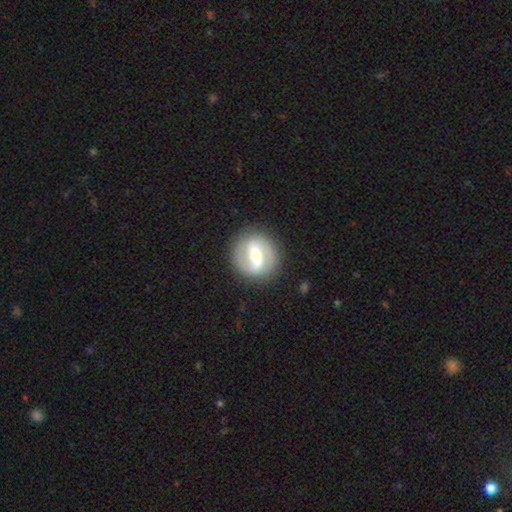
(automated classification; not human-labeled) This is likely a featured or disk galaxy (76%). It is clearly not viewed edge-on (96%). Bar: likely strong (61%). Spiral arm pattern: clearly yes (82%). Spiral arm count: clearly 2 (87%). Spiral winding: marginally medium (44%). Central bulge: possibly moderate (47%). Merging: clearly none (84%).